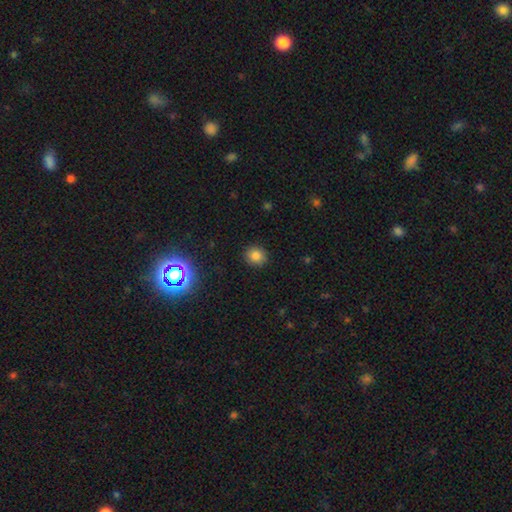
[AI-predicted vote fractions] Morphology: type=smooth (81%); roundness=round (80%); merging=none (89%).